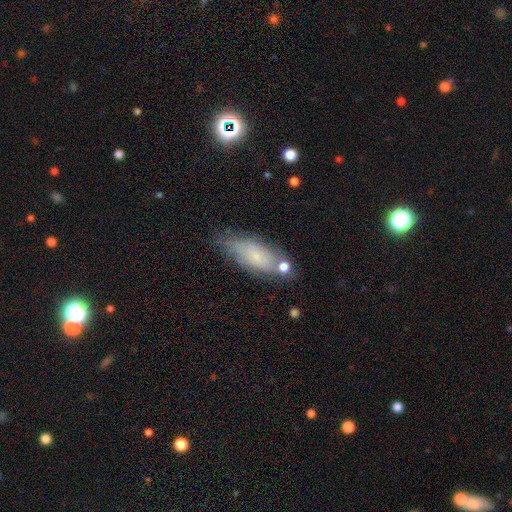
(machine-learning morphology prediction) smooth-or-featured: smooth: 57% | featured or disk: 33% | star or artifact: 9%
  how-rounded: in between: 75% | cigar-shaped: 22% | round: 3%
  merging: none: 60% | minor disturbance: 24% | merger: 9% | major disturbance: 8%